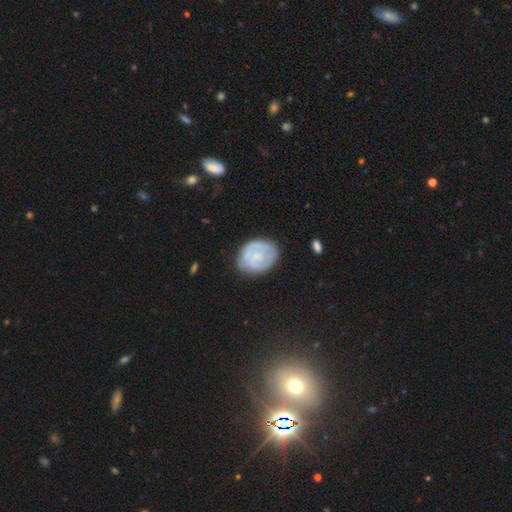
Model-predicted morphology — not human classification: smooth-or-featured: featured or disk: 58% | smooth: 35% | star or artifact: 7%
  disk-edge-on: no: 97% | yes: 3%
    bar: no: 75% | weak: 21% | strong: 4%
    has-spiral-arms: yes: 71% | no: 29%
    bulge-size: small: 52% | moderate: 23% | none: 21% | large: 3% | dominant: 1%
  merging: none: 68% | minor disturbance: 22% | major disturbance: 7% | merger: 2%